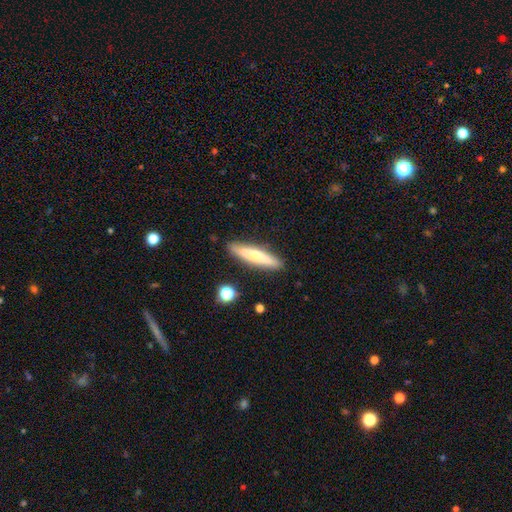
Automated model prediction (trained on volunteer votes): Overall: smooth (58%; featured or disk 35%). How rounded: cigar-shaped (85%). Merging: none (86%).